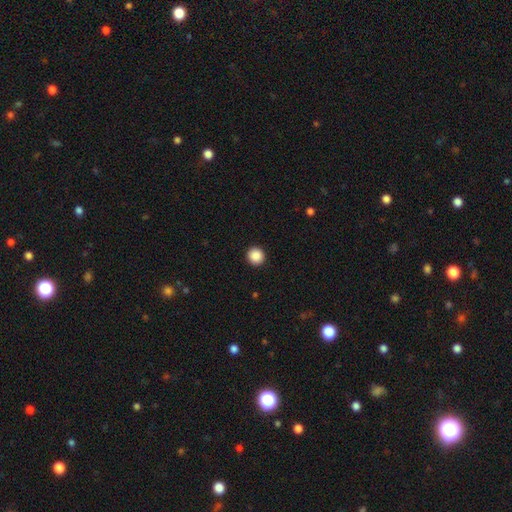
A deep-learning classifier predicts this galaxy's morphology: smooth 88%, star or artifact 9%, featured or disk 3%. Down the decision tree: how rounded — round (94%); merging — none (93%).